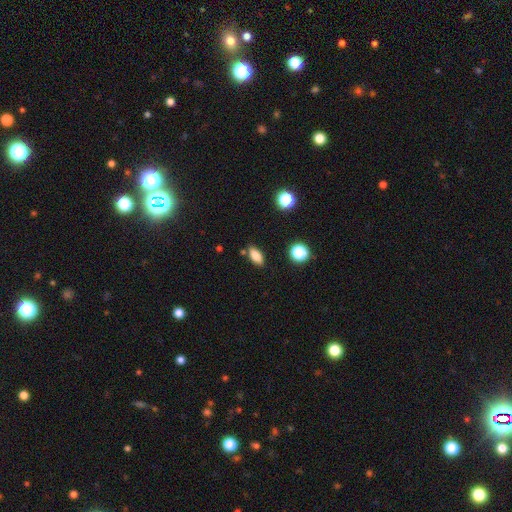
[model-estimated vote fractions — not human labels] The model was most divided on "merging": none: 82%, minor disturbance: 12%, merger: 4%, major disturbance: 3%. More confident: how rounded — in between (85%); smooth or featured — smooth (82%).